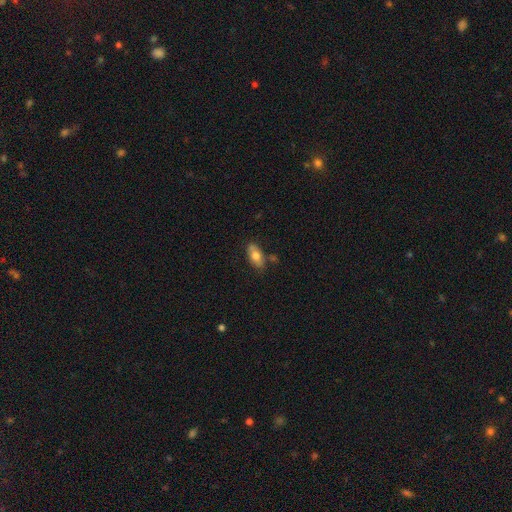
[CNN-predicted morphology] smooth_or_featured: smooth (p=0.72) [alt: featured or disk p=0.22]
how_rounded: in between (p=0.88) [alt: cigar-shaped p=0.09]
merging: none (p=0.72) [alt: minor disturbance p=0.18]